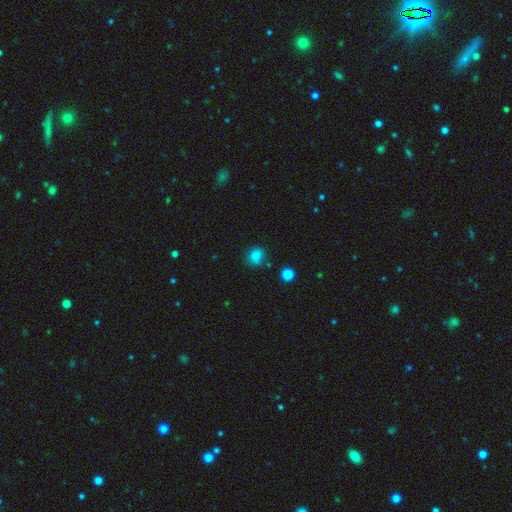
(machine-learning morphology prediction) smooth-or-featured: smooth: 81% | star or artifact: 13% | featured or disk: 6%
  how-rounded: round: 73% | in between: 26% | cigar-shaped: 1%
  merging: none: 73% | minor disturbance: 16% | merger: 7% | major disturbance: 4%